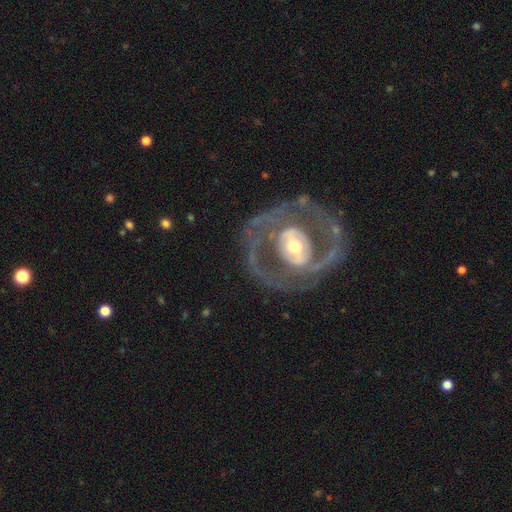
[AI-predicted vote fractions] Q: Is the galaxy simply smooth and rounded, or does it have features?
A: featured or disk — 84%.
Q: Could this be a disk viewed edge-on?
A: no — 96%.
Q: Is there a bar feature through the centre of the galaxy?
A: no — 49%.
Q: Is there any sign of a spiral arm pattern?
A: yes — 66%.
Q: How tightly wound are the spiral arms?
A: tight — 45%.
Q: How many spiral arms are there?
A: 2 — 69%.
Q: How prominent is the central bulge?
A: moderate — 57%.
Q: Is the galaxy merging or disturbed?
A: none — 73%.